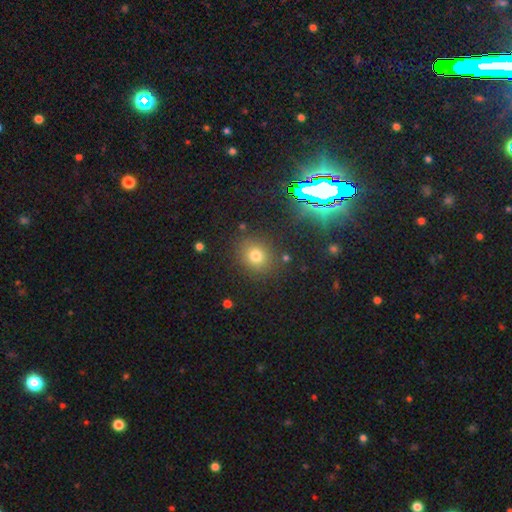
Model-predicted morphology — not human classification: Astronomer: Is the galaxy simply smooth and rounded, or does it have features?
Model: smooth — 72%.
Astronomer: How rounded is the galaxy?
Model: round — 77%.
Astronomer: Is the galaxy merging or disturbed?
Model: none — 84%.